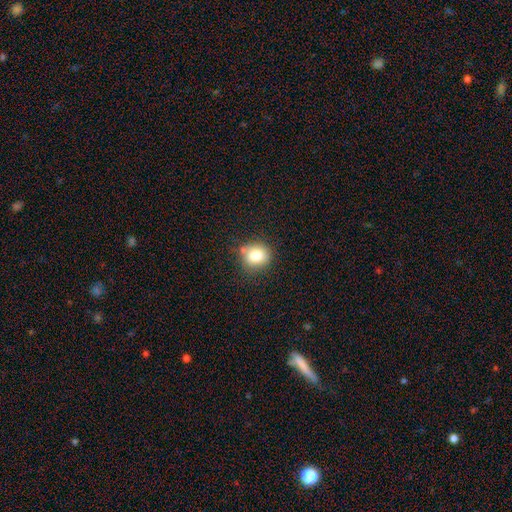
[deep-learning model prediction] Morphology: type=smooth (81%); roundness=round (76%); merging=none (72%).